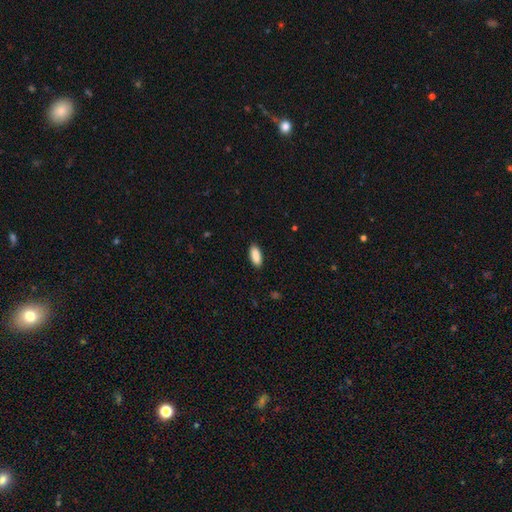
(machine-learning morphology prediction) This appears to be a smooth galaxy with no disk features (90%) that is in between round and cigar-shaped (83%). Merging: none (89%).